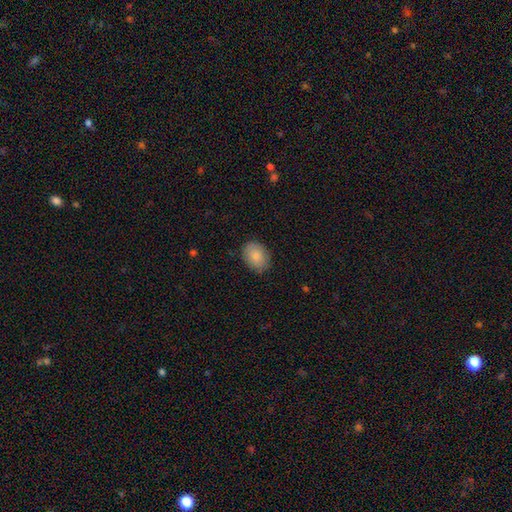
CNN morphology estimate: type=smooth (86%); roundness=in between (69%); merging=none (84%).